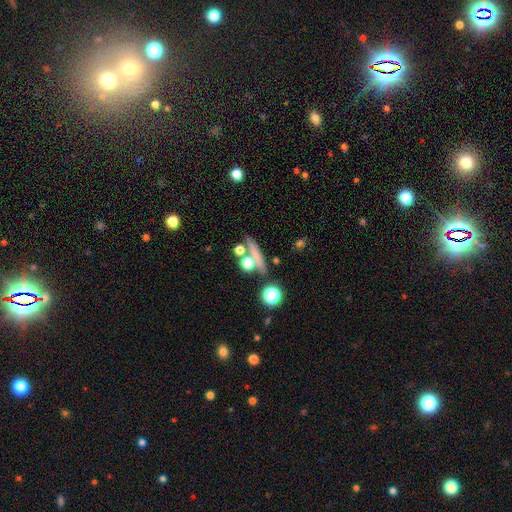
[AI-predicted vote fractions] Morphology: type=smooth (62%); roundness=cigar-shaped (60%); merging=none (69%).